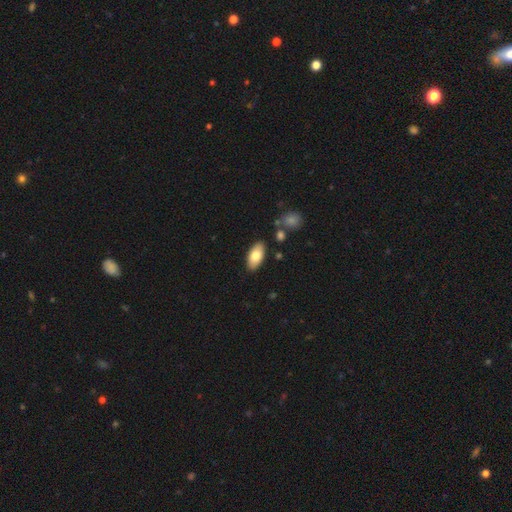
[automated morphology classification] smooth 77%, featured or disk 17%, star or artifact 6%. Down the decision tree: how rounded — in between (92%); merging — none (86%).